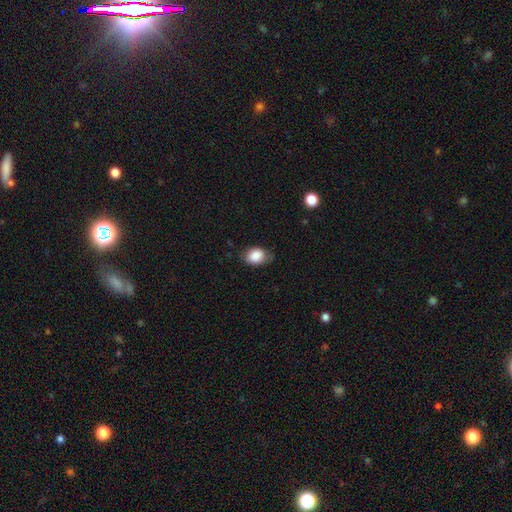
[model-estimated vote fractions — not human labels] Smooth or featured? smooth (85%)
How rounded? in between (77%)
Merging? none (65%)